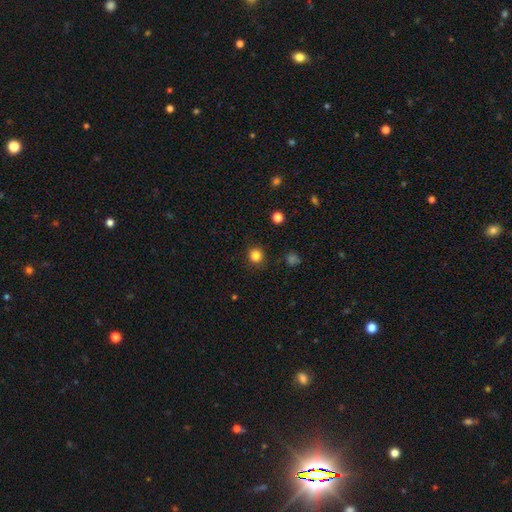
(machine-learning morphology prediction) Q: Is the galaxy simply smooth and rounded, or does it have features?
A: smooth — 83%.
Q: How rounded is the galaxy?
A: round — 93%.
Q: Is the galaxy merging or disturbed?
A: none — 91%.